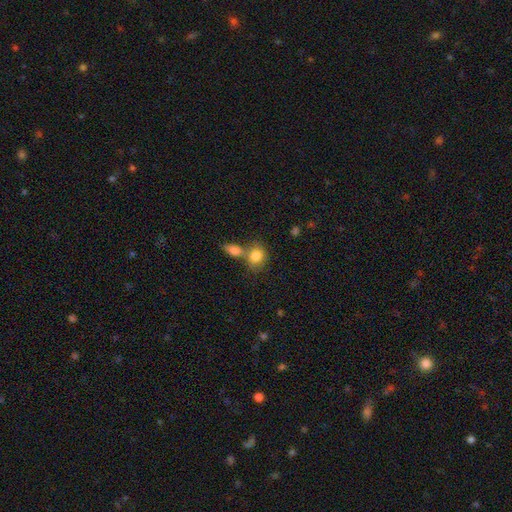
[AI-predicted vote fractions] smooth 83%, featured or disk 9%, star or artifact 8%. Down the decision tree: how rounded — round (53%); merging — merger (43%).